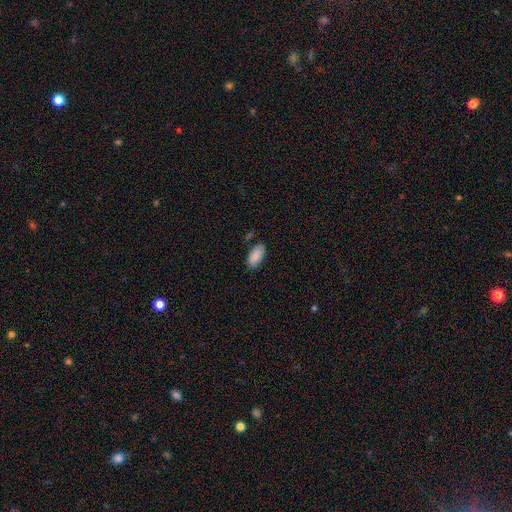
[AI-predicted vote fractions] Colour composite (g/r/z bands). It shows a smooth galaxy with no disk features (88%) that is in between round and cigar-shaped (92%). Merging: none (78%).